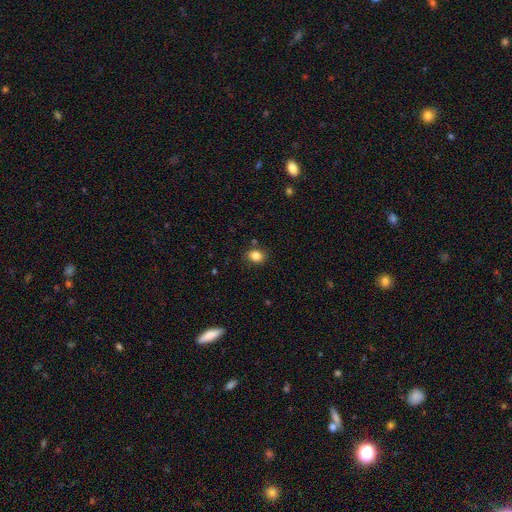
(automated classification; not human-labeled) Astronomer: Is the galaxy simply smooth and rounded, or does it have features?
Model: smooth — 84%.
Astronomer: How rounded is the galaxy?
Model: round — 50% (runner-up: in between, 49%).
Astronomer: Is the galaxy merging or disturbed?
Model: none — 81%.